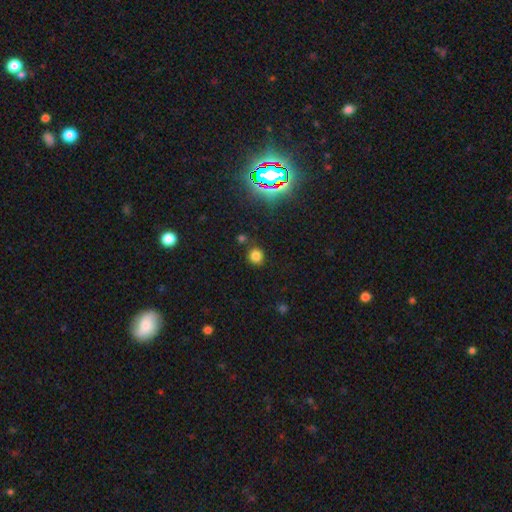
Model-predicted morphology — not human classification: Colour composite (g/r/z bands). It shows a smooth galaxy with no disk features (75%) that is round (83%). Merging: none (81%).